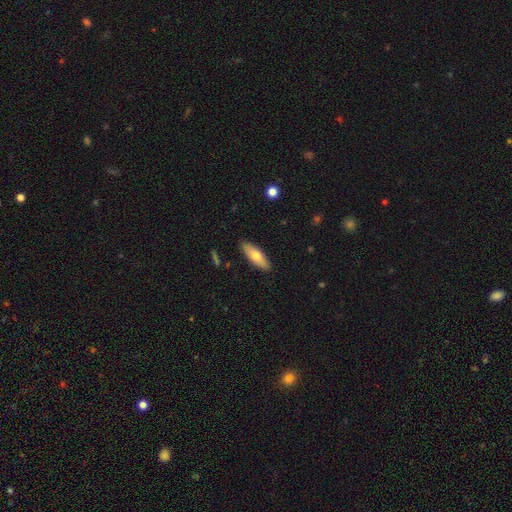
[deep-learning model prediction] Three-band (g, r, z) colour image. It shows a smooth galaxy with no disk features (67%) that is in between round and cigar-shaped (54%). Merging: none (89%).